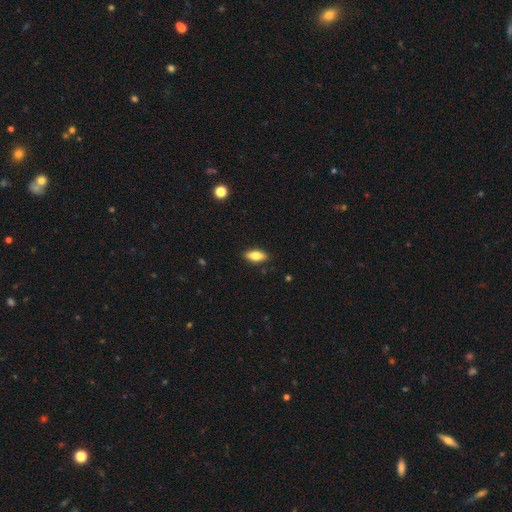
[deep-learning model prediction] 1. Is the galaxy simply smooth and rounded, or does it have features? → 74% smooth, 19% featured or disk, 7% star or artifact.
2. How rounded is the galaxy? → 82% in between, 15% cigar-shaped, 3% round.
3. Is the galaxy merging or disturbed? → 88% none, 9% minor disturbance, 2% major disturbance, 1% merger.